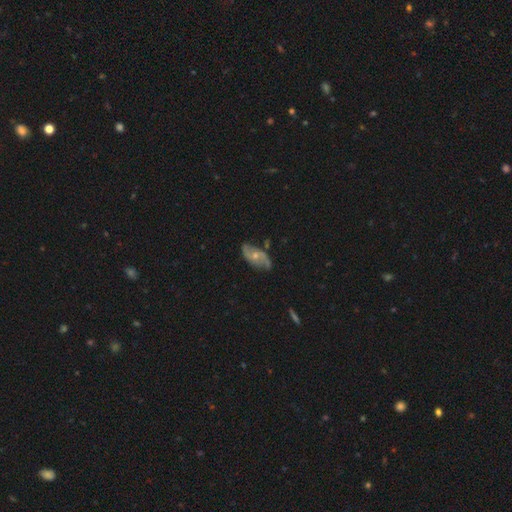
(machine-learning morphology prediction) type=featured or disk (73%); edge-on=no (93%); bar=no (64%); spiral arms=yes (89%); winding=loose (55%); arm count=2 (86%); bulge=small (50%); merging=none (71%).